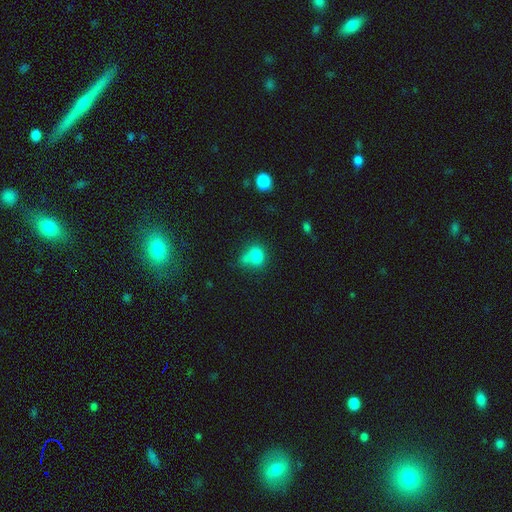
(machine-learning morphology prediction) Smooth or featured? smooth (80%)
How rounded? round (58%)
Merging? none (44%)